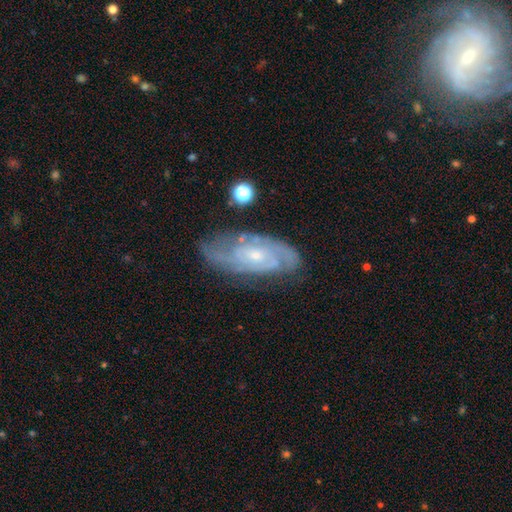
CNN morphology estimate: Smooth or featured? featured or disk (83%)
Edge-on disk? no (94%)
Bar? no (65%)
Spiral arms? yes (94%)
Spiral winding? tight (58%)
Spiral arm count? 2 (46%)
Bulge size? small (73%)
Merging? none (71%)